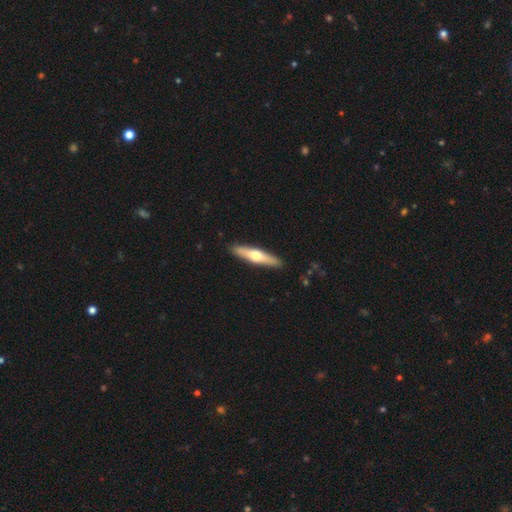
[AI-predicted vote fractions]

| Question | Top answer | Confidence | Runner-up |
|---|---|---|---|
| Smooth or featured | featured or disk | 51% | smooth (44%) |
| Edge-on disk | yes | 93% | no (7%) |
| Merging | none | 91% | minor disturbance (7%) |